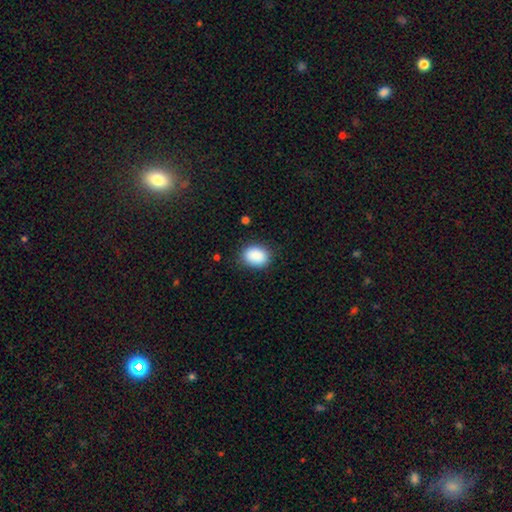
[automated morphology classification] A smooth galaxy with no disk features (90%) that is in between round and cigar-shaped (68%). Merging: none (85%).